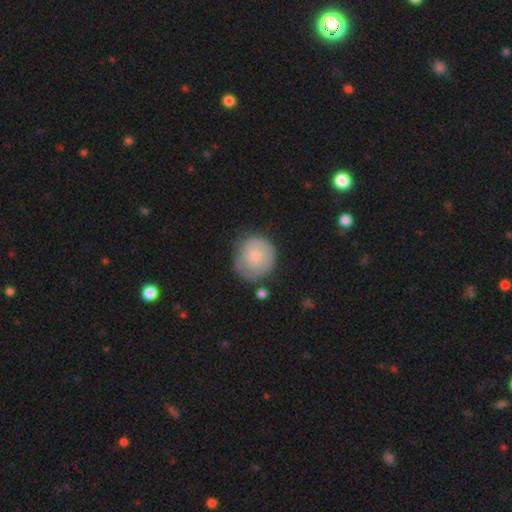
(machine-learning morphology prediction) This is likely a smooth galaxy (66%). How rounded: clearly round (86%). Merging: likely none (62%).